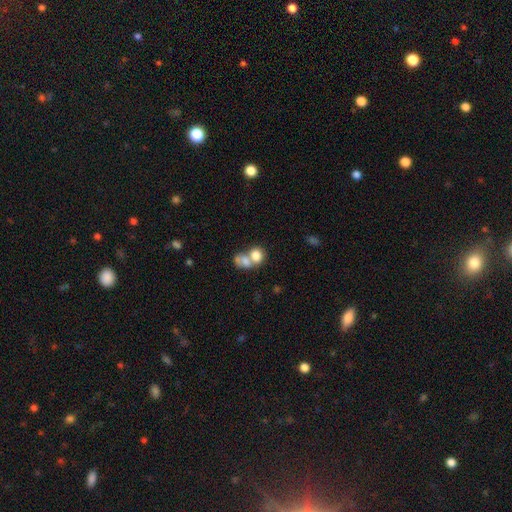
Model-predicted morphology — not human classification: This is likely a smooth galaxy (75%). How rounded: possibly in between (50%). Merging: likely merger (66%).